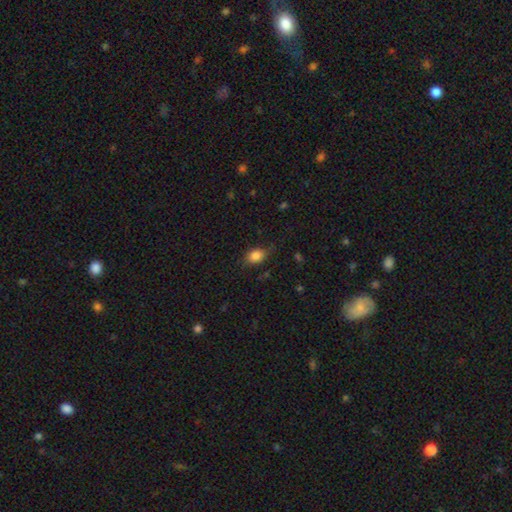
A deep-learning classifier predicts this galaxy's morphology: Overall: smooth (85%). How rounded: in between (72%). Merging: none (78%).